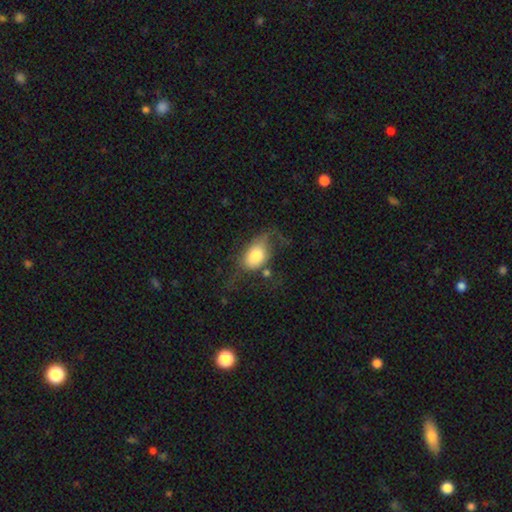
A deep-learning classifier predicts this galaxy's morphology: This is likely a smooth galaxy (69%). How rounded: clearly in between (82%). Merging: marginally major disturbance (37%).